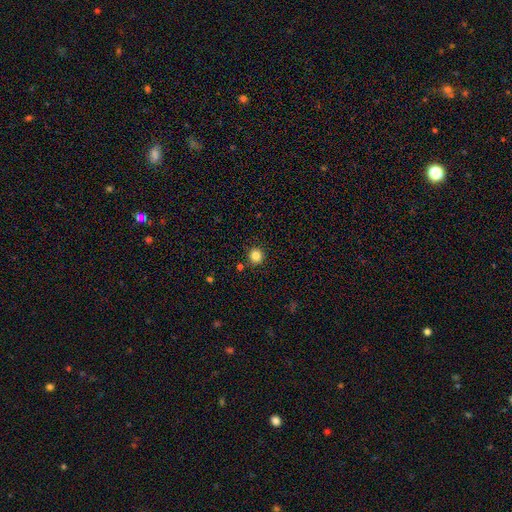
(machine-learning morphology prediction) Smooth or featured?
  - smooth: 84% *
  - star or artifact: 11%
  - featured or disk: 4%
How rounded?
  - round: 88% *
  - in between: 11%
  - cigar-shaped: 1%
Merging?
  - none: 87% *
  - minor disturbance: 7%
  - merger: 3%
  - major disturbance: 2%